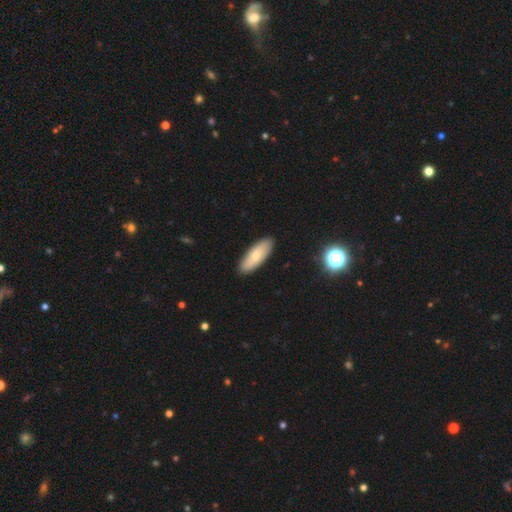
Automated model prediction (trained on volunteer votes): Smooth or featured?
  - smooth: 74% *
  - featured or disk: 20%
  - star or artifact: 6%
How rounded?
  - in between: 68% *
  - cigar-shaped: 30%
  - round: 2%
Merging?
  - none: 88% *
  - minor disturbance: 9%
  - major disturbance: 2%
  - merger: 1%